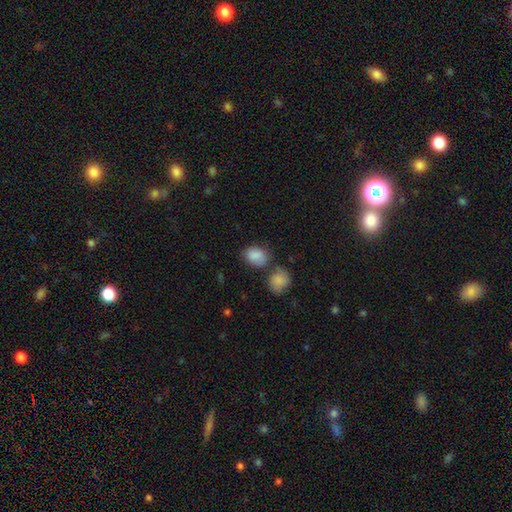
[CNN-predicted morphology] A smooth galaxy with no disk features (87%) that is in between round and cigar-shaped (69%).

Vote fractions:
- Smooth or featured? smooth: 87% / star or artifact: 7% / featured or disk: 6%
- How rounded? in between: 69% / round: 30% / cigar-shaped: 1%
- Merging? none: 56% / merger: 22% / minor disturbance: 17% / major disturbance: 5%